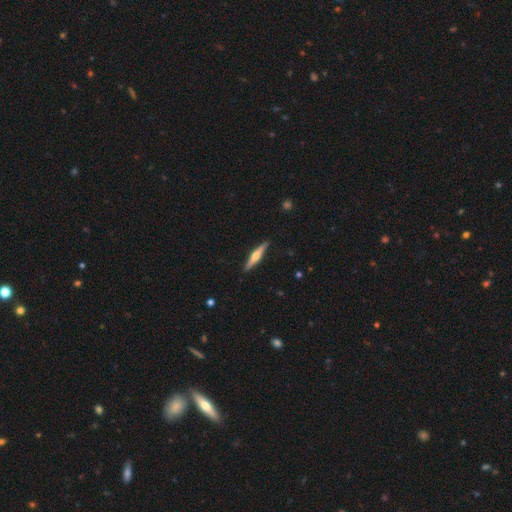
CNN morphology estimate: Smooth or featured: featured or disk — 67% (smooth — 28%)
Edge-on disk: yes — 98% (no — 2%)
Edge-on bulge: rounded — 92% (boxy — 4%)
Merging: none — 90% (minor disturbance — 7%)